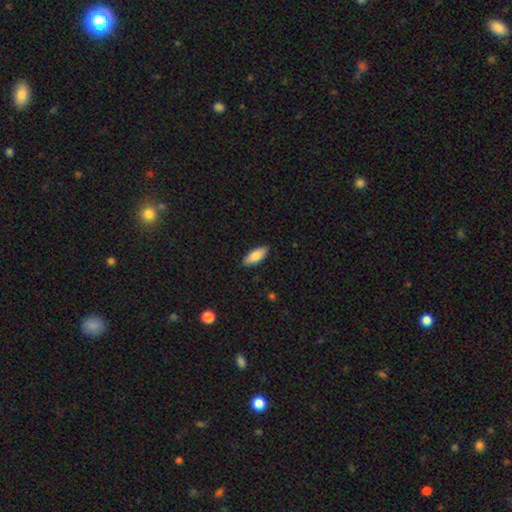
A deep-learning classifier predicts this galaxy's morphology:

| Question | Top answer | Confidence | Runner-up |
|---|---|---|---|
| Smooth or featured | smooth | 84% | featured or disk (10%) |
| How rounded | in between | 78% | cigar-shaped (20%) |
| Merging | none | 88% | minor disturbance (9%) |